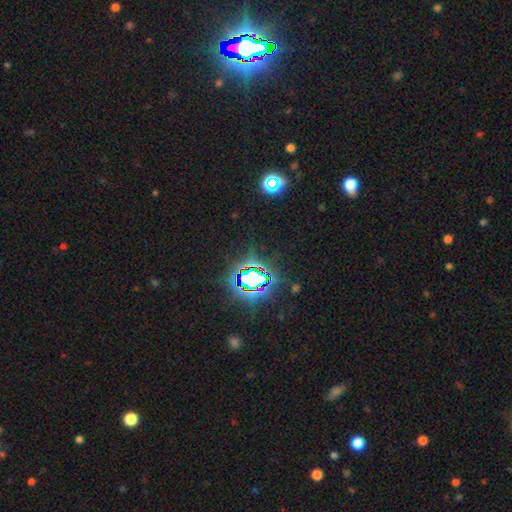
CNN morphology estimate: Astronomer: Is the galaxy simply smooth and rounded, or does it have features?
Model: star or artifact — 83%.